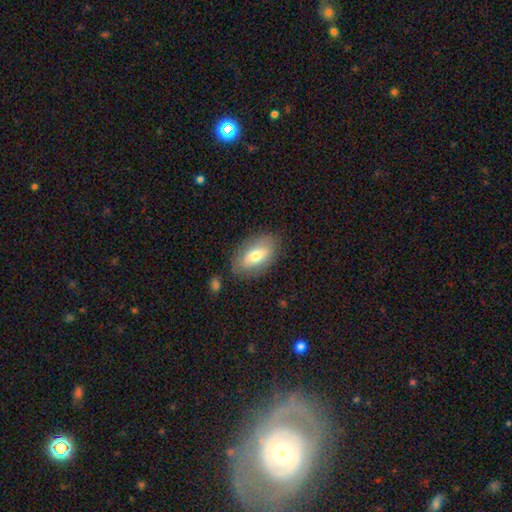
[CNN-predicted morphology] Smooth or featured: smooth — 68% (featured or disk — 25%)
How rounded: in between — 90% (cigar-shaped — 5%)
Merging: none — 81% (minor disturbance — 13%)